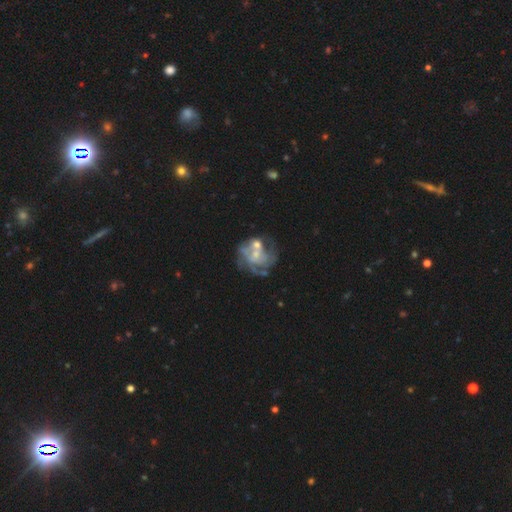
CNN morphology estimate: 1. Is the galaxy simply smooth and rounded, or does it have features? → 74% featured or disk, 17% smooth, 9% star or artifact.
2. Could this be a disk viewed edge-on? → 98% no, 2% yes.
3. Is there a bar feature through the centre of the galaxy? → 76% no, 21% weak, 4% strong.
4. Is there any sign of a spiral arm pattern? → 63% yes, 37% no.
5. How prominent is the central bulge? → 52% small, 30% moderate, 13% none, 3% large, 1% dominant.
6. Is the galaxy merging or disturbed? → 38% none, 23% major disturbance, 23% merger, 16% minor disturbance.